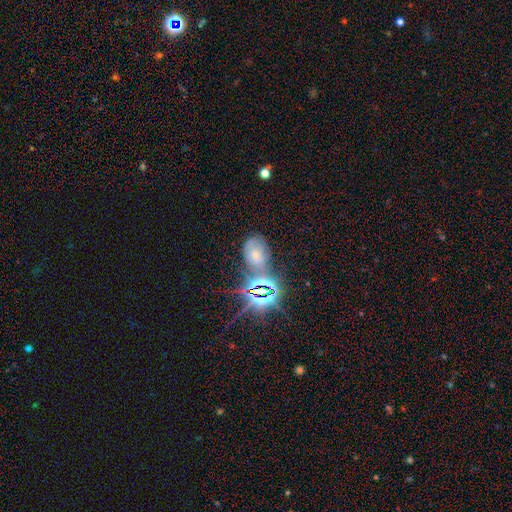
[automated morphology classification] smooth-or-featured: star or artifact: 38% | smooth: 36% | featured or disk: 26%